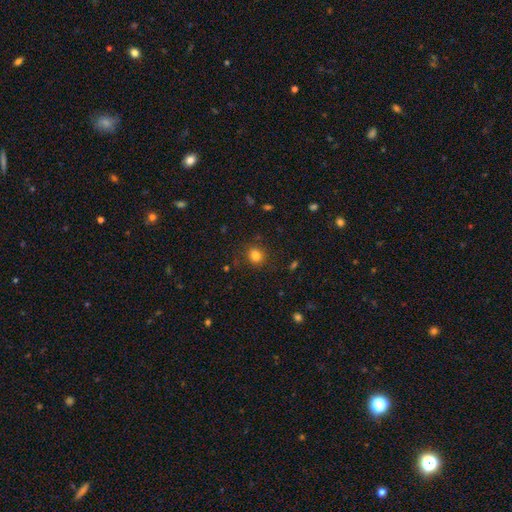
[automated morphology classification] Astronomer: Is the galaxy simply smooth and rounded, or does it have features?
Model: smooth — 81%.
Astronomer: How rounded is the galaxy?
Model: round — 81%.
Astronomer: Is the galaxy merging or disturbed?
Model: none — 85%.